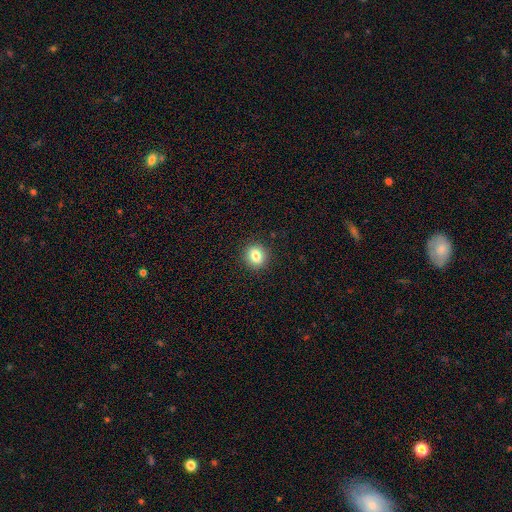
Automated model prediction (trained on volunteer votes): smooth-or-featured: smooth: 82% | star or artifact: 10% | featured or disk: 8%
  how-rounded: round: 76% | in between: 23% | cigar-shaped: 1%
  merging: none: 91% | minor disturbance: 6% | major disturbance: 2% | merger: 1%